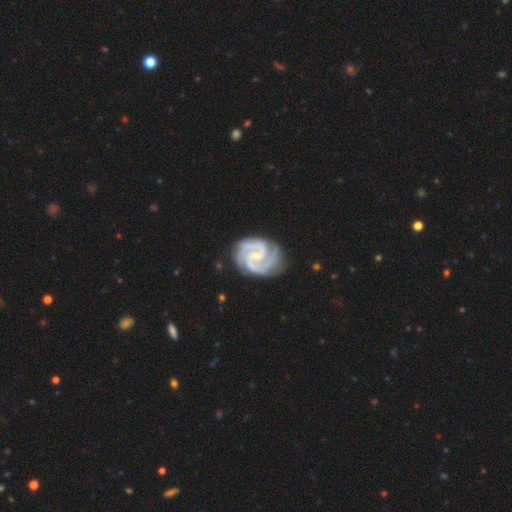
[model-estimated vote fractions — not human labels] Smooth or featured: featured or disk — 94% (star or artifact — 3%)
Edge-on disk: no — 98% (yes — 2%)
Bar: weak — 50% (no — 33%)
Spiral arms: yes — 99% (no — 1%)
Spiral winding: medium — 48% (tight — 46%)
Spiral arm count: 2 — 75% (3 — 15%)
Bulge size: small — 67% (moderate — 22%)
Merging: none — 72% (minor disturbance — 19%)